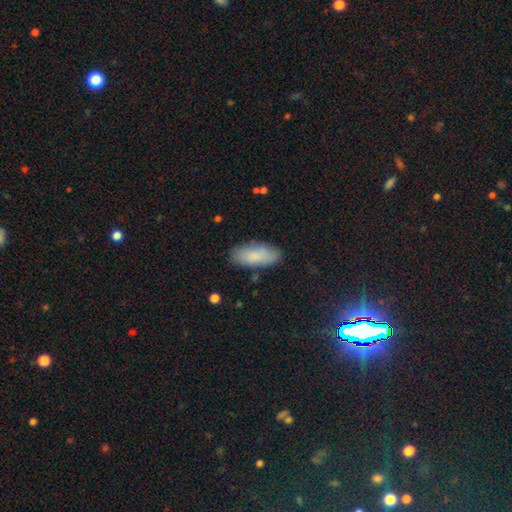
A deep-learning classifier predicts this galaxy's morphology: The model was most divided on "merging": none: 82%, minor disturbance: 13%, major disturbance: 3%, merger: 2%. More confident: how rounded — in between (84%); smooth or featured — smooth (84%).